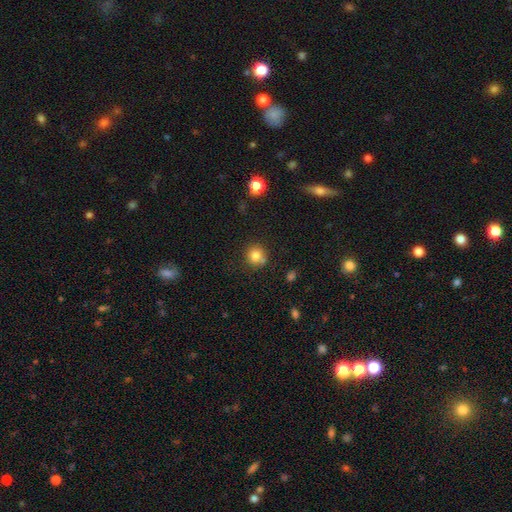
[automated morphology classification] smooth_or_featured: smooth (p=0.82) [alt: star or artifact p=0.11]
how_rounded: round (p=0.90) [alt: in between p=0.09]
merging: none (p=0.69) [alt: merger p=0.16]